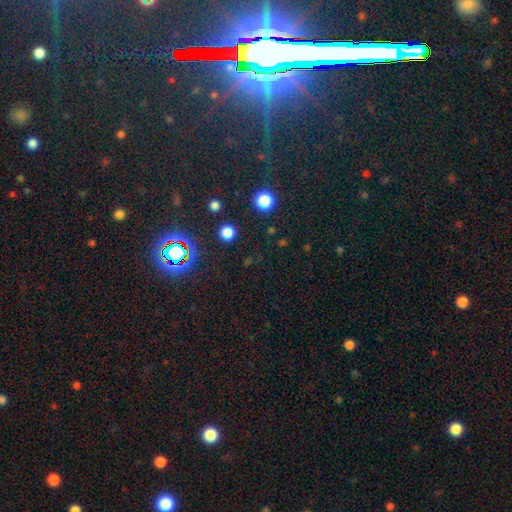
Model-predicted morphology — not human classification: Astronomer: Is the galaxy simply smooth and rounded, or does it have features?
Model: star or artifact — 78%.